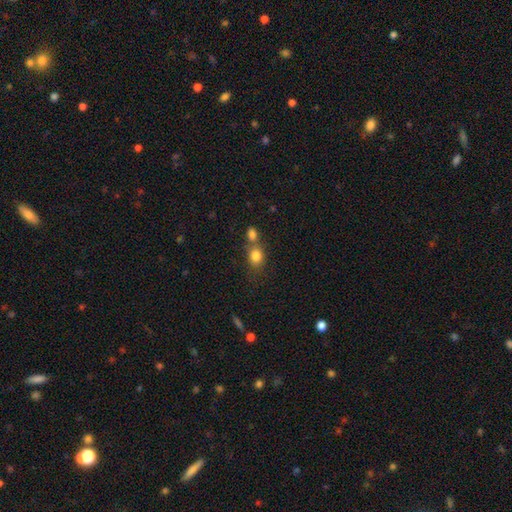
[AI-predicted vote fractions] Smooth or featured? Predicted: smooth (p=0.82). How rounded? Predicted: round (p=0.52). Merging? Predicted: none (p=0.47).